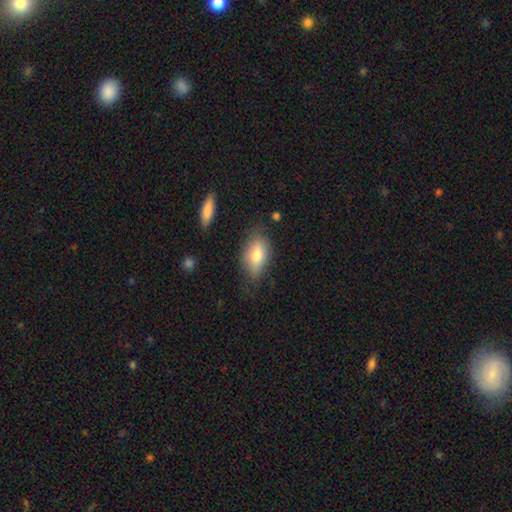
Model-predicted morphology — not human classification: Q: Smooth or featured?
A: smooth (77%); runner-up: featured or disk (15%)
Q: How rounded?
A: in between (89%); runner-up: round (8%)
Q: Merging?
A: none (75%); runner-up: minor disturbance (18%)